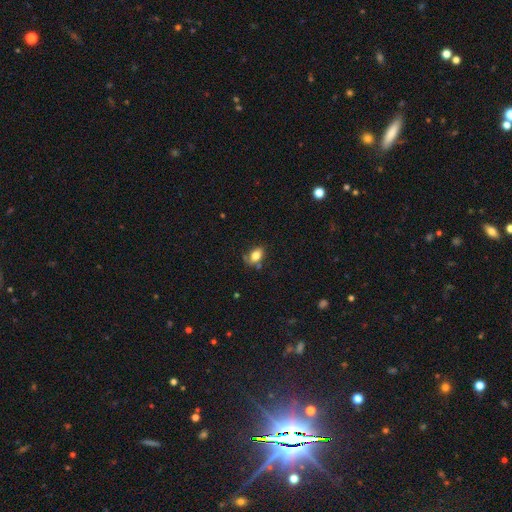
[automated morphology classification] smooth 79%, featured or disk 12%, star or artifact 9%. Down the decision tree: how rounded — in between (86%); merging — none (63%).